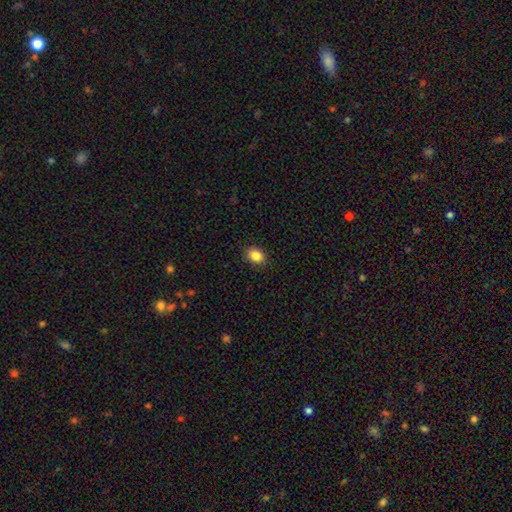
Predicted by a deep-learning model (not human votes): Morphology: type=smooth (86%); roundness=in between (57%); merging=none (89%).